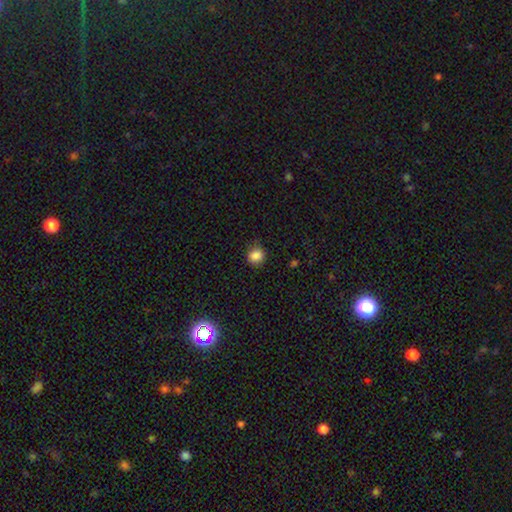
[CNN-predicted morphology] Smooth or featured? Predicted: smooth (p=0.85). How rounded? Predicted: round (p=0.86). Merging? Predicted: none (p=0.83).